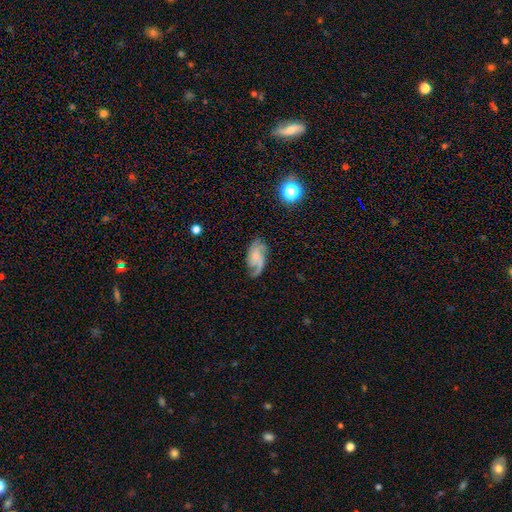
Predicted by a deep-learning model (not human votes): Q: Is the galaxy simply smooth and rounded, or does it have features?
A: featured or disk — 76%.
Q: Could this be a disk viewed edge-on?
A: no — 96%.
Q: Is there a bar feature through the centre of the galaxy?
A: no — 66%.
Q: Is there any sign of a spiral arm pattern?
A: yes — 95%.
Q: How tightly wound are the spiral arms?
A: medium — 46%.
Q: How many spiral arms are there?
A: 2 — 49%.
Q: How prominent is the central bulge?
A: small — 54%.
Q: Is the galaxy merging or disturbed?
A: none — 66%.